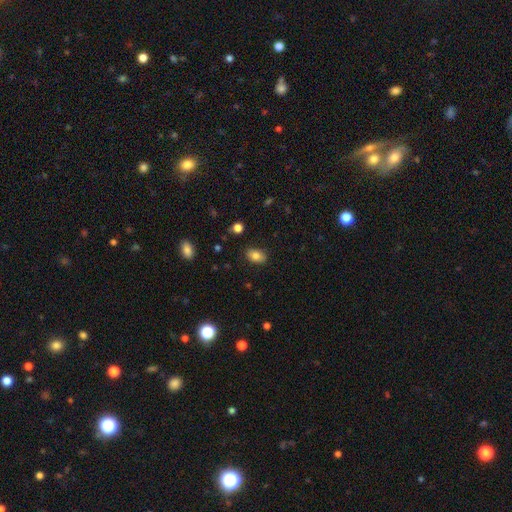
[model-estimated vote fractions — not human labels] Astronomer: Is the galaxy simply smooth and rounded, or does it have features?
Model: smooth — 81%.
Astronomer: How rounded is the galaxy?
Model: in between — 87%.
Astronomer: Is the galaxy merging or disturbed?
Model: none — 85%.